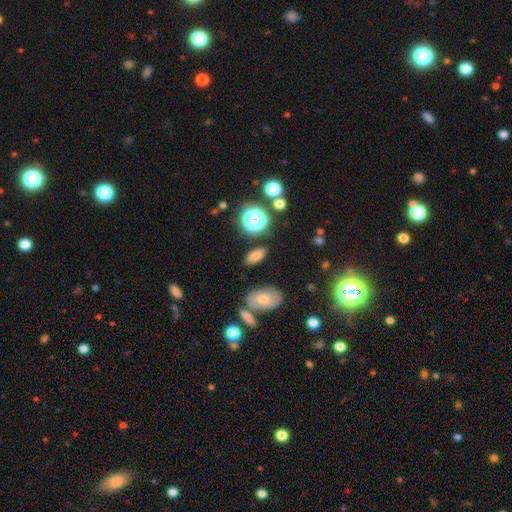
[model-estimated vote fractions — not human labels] A smooth galaxy with no disk features (75%) that is in between round and cigar-shaped (77%). Merging: none (81%).